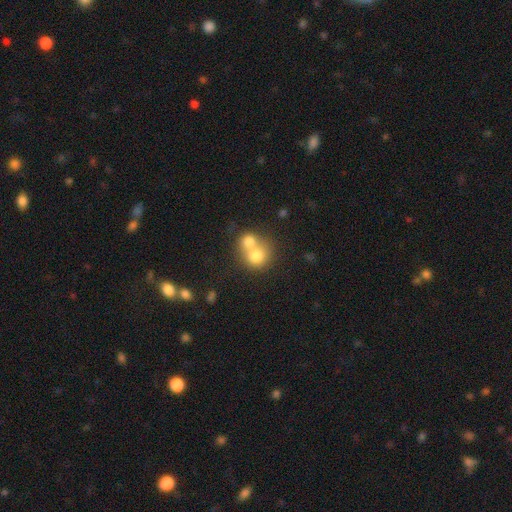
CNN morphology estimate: type=smooth (75%); roundness=round (79%); merging=merger (67%).